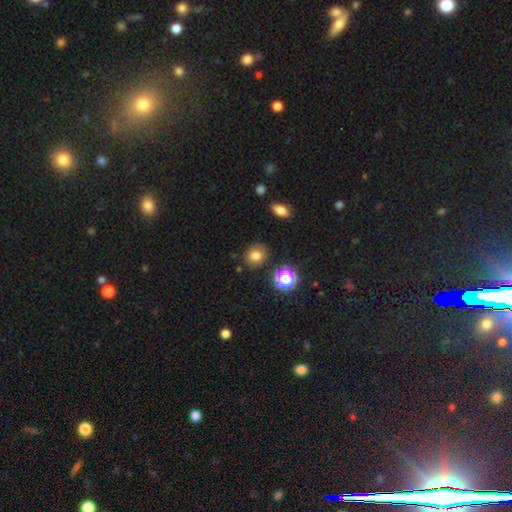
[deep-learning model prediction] Smooth or featured? Predicted: smooth (p=0.78). How rounded? Predicted: round (p=0.74). Merging? Predicted: none (p=0.84).